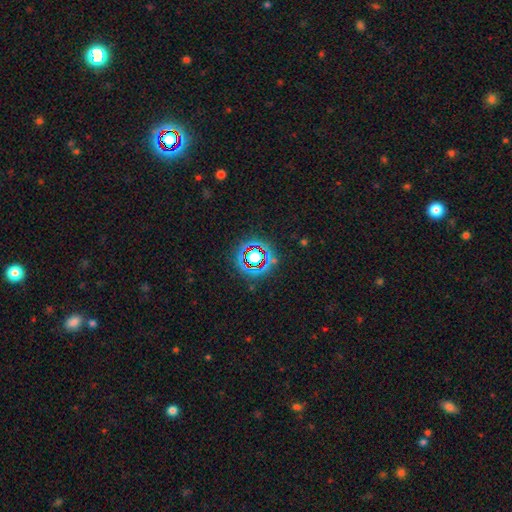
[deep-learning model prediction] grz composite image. It shows a star or artifact, not a galaxy (71%).